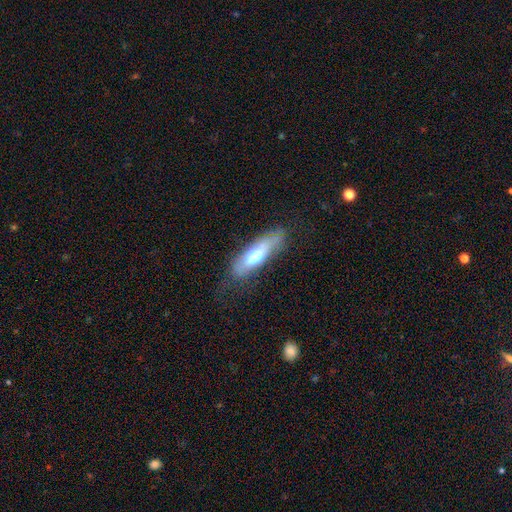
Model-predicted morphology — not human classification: A smooth galaxy with no disk features (57%) that is in between round and cigar-shaped (50%).

Vote fractions:
- Smooth or featured? smooth: 57% / featured or disk: 36% / star or artifact: 7%
- How rounded? in between: 50% / cigar-shaped: 48% / round: 2%
- Merging? none: 62% / minor disturbance: 23% / major disturbance: 13% / merger: 2%